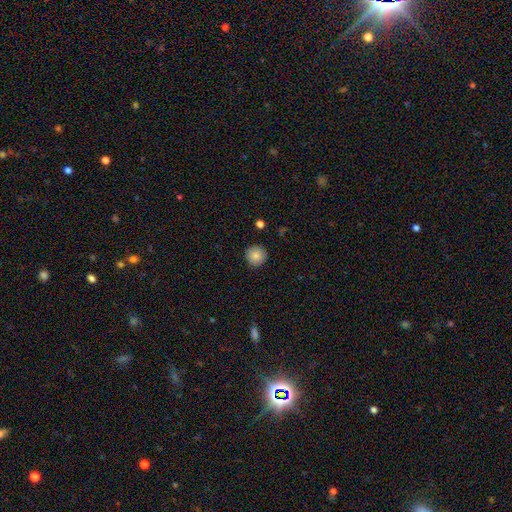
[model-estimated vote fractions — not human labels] smooth-or-featured: smooth: 86% | star or artifact: 8% | featured or disk: 6%
  how-rounded: round: 95% | in between: 4% | cigar-shaped: 1%
  merging: none: 91% | minor disturbance: 6% | major disturbance: 2% | merger: 1%